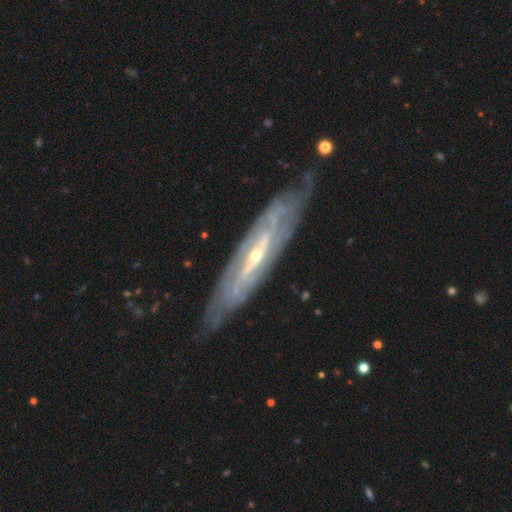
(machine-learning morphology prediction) This is clearly a featured or disk galaxy (87%). It is likely not viewed edge-on (71%). Bar: marginally strong (36%, tied with weak). Spiral arm pattern: clearly yes (92%). Spiral arm count: possibly can't tell (46%). Spiral winding: likely tight (66%). Central bulge: likely small (69%). Merging: likely none (77%).